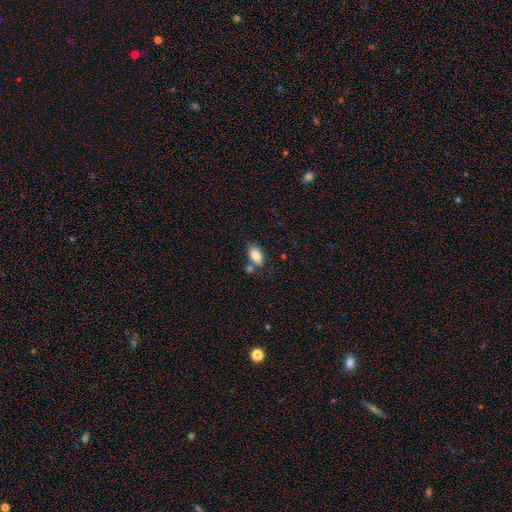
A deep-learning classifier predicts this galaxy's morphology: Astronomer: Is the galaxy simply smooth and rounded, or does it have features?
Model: smooth — 85%.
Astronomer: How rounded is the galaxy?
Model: in between — 91%.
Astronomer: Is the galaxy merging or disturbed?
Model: none — 63%.